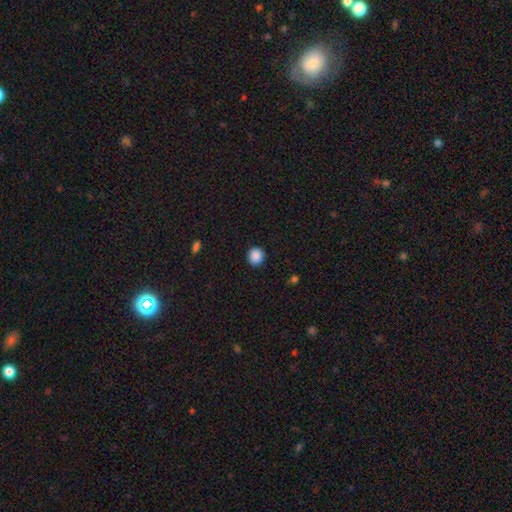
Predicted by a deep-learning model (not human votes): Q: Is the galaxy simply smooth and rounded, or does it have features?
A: smooth — 89%.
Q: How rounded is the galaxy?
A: round — 91%.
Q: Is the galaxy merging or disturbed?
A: none — 92%.